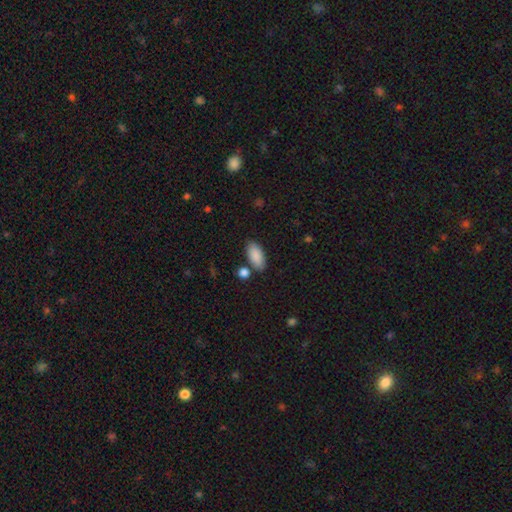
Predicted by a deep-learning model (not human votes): This appears to be a smooth galaxy with no disk features (89%) that is in between round and cigar-shaped (90%). Merging: none (77%).